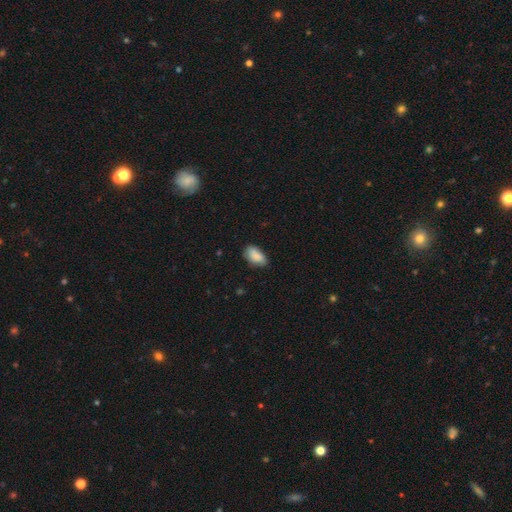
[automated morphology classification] This appears to be a smooth galaxy with no disk features (87%) that is in between round and cigar-shaped (93%). Merging: none (71%).